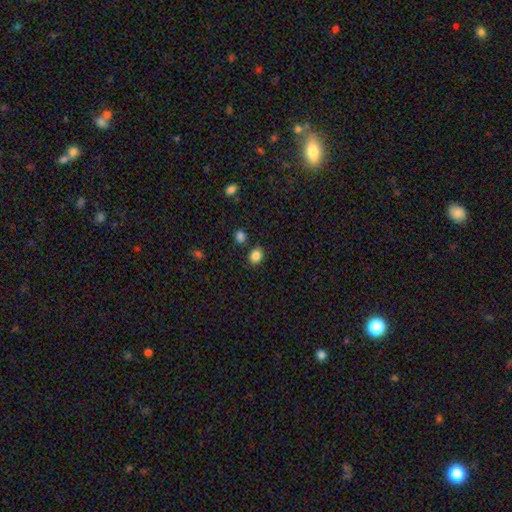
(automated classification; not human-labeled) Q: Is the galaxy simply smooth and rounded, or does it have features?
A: smooth — 85%.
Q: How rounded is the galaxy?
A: round — 59%.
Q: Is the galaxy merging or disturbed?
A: none — 82%.